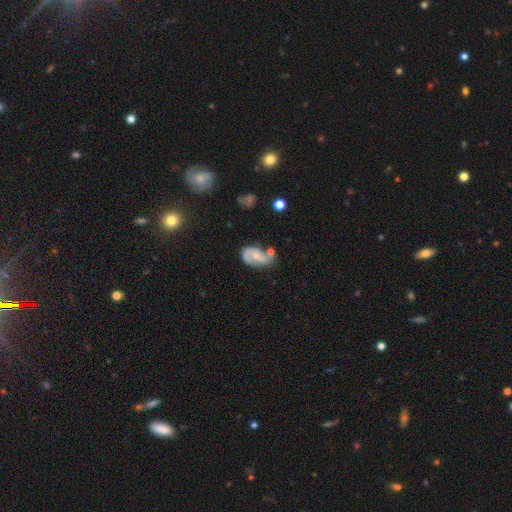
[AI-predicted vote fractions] Overall: featured or disk (75%). Edge-on disk: no (97%). Bar: no (52%; weak 38%). Spiral arms: yes (92%). Spiral arm count: 2 (82%). Spiral winding: medium (47%; loose 30%). Bulge size: small (51%; moderate 39%). Merging: none (49%; minor disturbance 23%).